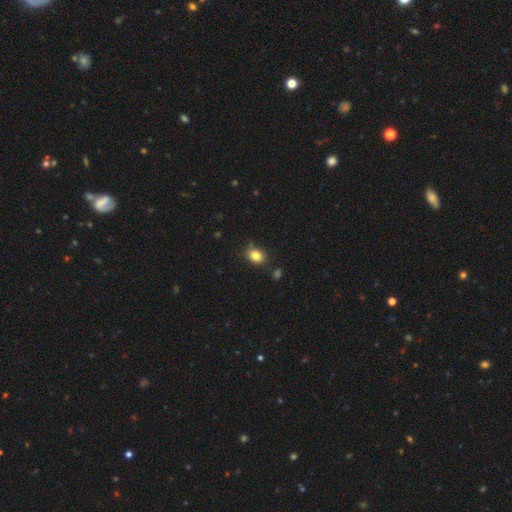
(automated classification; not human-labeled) A smooth galaxy with no disk features (84%) that is in between round and cigar-shaped (53%). Merging: none (81%).